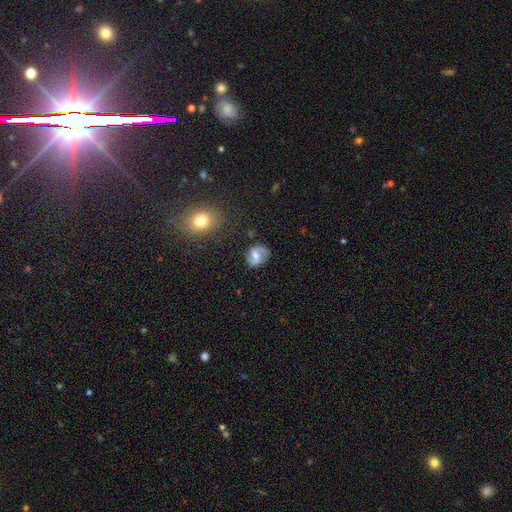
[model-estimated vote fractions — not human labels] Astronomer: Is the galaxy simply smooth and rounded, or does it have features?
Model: featured or disk — 66%.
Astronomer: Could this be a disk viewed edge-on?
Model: no — 97%.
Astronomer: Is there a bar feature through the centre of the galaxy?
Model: weak — 51% (runner-up: no, 27%).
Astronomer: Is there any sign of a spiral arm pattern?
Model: yes — 89%.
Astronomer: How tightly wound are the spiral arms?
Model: medium — 47% (runner-up: loose, 35%).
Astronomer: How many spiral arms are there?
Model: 2 — 87%.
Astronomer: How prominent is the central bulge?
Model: moderate — 50% (runner-up: small, 31%).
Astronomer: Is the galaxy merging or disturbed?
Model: none — 76%.